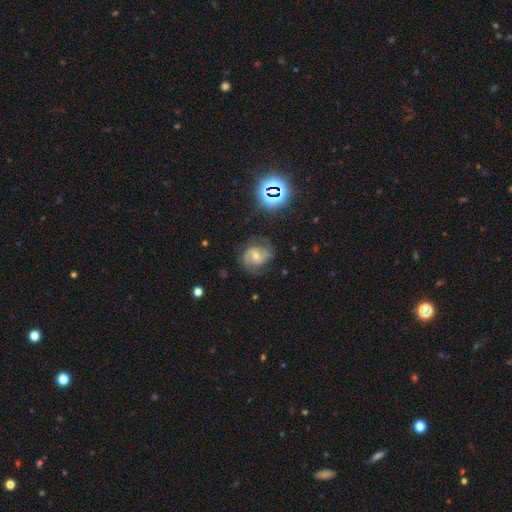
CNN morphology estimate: Q: Smooth or featured?
A: featured or disk (77%); runner-up: smooth (12%)
Q: Edge-on disk?
A: no (97%); runner-up: yes (3%)
Q: Bar?
A: no (43%); runner-up: weak (42%)
Q: Spiral arms?
A: yes (94%); runner-up: no (6%)
Q: Spiral winding?
A: medium (52%); runner-up: tight (30%)
Q: Spiral arm count?
A: 2 (82%); runner-up: can't tell (8%)
Q: Bulge size?
A: moderate (58%); runner-up: small (37%)
Q: Merging?
A: none (71%); runner-up: minor disturbance (18%)